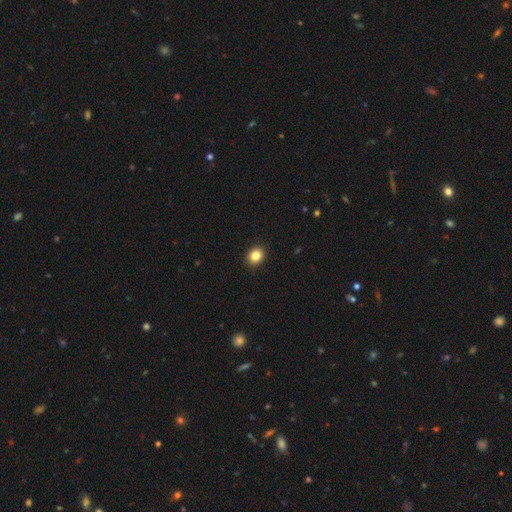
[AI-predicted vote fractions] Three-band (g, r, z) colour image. It shows a smooth galaxy with no disk features (85%) that is round (65%). Merging: none (92%).